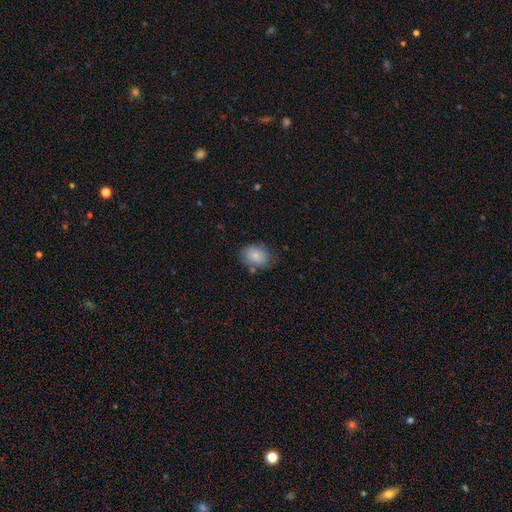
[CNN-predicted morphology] The model was most divided on "how rounded": in between: 61%, round: 38%, cigar-shaped: 1%. More confident: smooth or featured — smooth (82%); merging — none (70%).